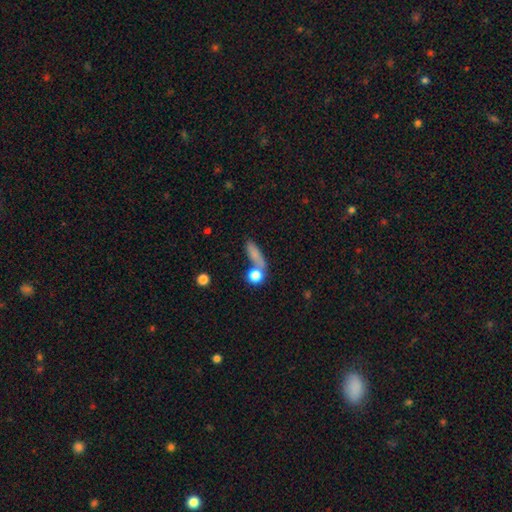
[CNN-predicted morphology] smooth_or_featured: smooth (p=0.73) [alt: featured or disk p=0.14]
how_rounded: cigar-shaped (p=0.49) [alt: in between p=0.32]
merging: none (p=0.52) [alt: merger p=0.22]